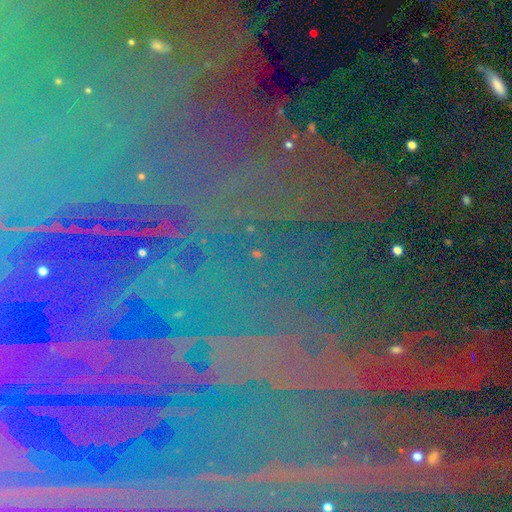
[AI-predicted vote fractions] This appears to be a star or artifact, not a galaxy (86%).